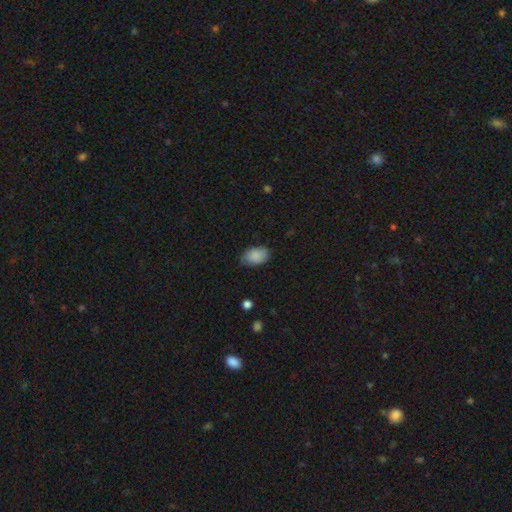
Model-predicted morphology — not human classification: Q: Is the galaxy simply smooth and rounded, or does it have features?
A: smooth — 86%.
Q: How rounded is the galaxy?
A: in between — 88%.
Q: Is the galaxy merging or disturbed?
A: none — 75%.